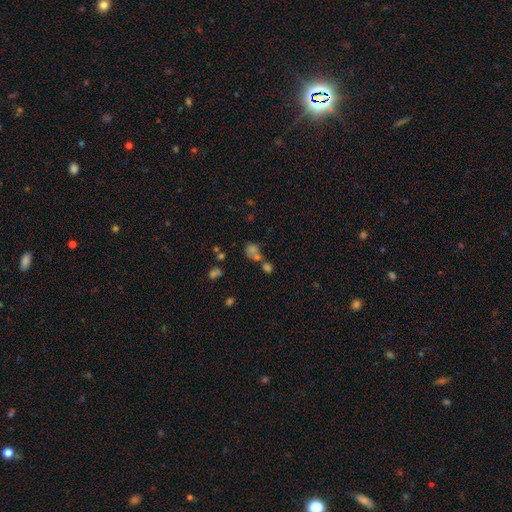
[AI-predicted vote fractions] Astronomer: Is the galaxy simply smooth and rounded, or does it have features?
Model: smooth — 42% (runner-up: star or artifact, 40%).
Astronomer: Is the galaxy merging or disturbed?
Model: none — 44% (runner-up: merger, 37%).